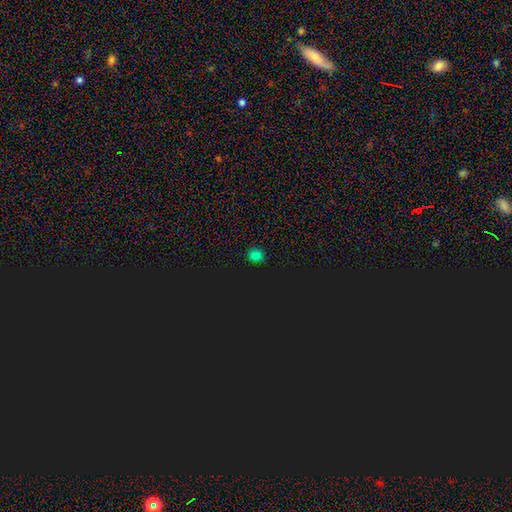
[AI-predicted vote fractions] Q: Smooth or featured?
A: smooth (72%); runner-up: star or artifact (23%)
Q: How rounded?
A: round (72%); runner-up: in between (27%)
Q: Merging?
A: none (90%); runner-up: minor disturbance (7%)